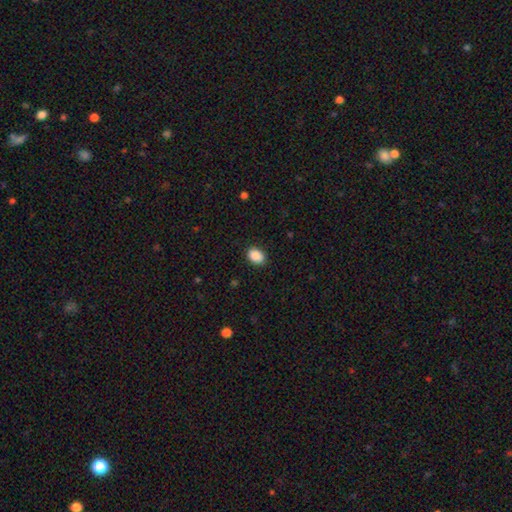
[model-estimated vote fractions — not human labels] Smooth or featured? Predicted: smooth (p=0.89). How rounded? Predicted: in between (p=0.77). Merging? Predicted: none (p=0.87).